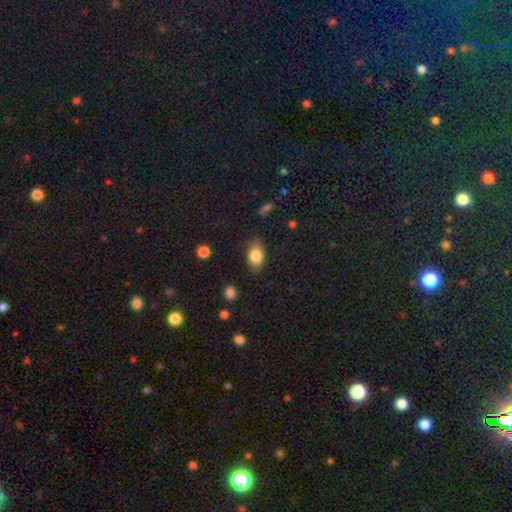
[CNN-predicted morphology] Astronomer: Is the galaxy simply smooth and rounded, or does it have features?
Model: smooth — 82%.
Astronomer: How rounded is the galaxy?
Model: in between — 82%.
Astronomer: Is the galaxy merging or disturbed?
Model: none — 79%.